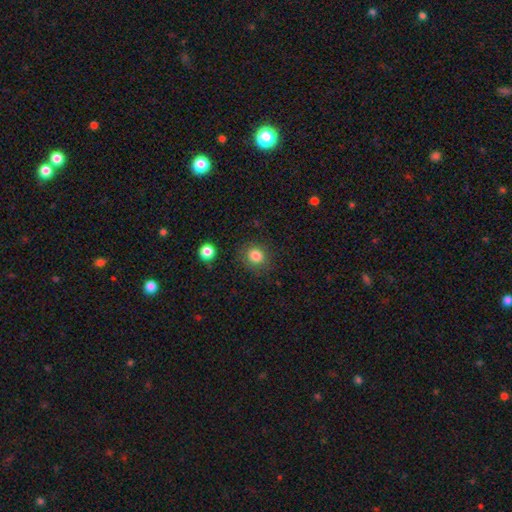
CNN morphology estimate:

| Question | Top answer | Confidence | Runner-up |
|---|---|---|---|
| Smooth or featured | smooth | 84% | star or artifact (11%) |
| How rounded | round | 80% | in between (19%) |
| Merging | none | 84% | minor disturbance (10%) |